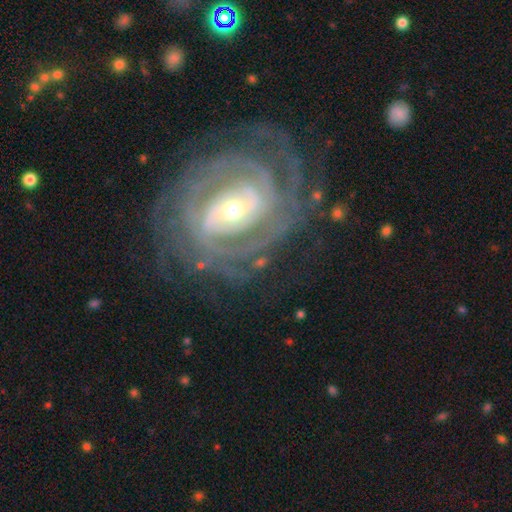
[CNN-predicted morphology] This is clearly a featured or disk galaxy (90%). It is clearly not viewed edge-on (97%). Bar: marginally weak (37%). Spiral arm pattern: clearly yes (97%). Spiral arm count: marginally can't tell (27%). Spiral winding: likely tight (78%). Central bulge: possibly small (50%). Merging: likely none (77%).